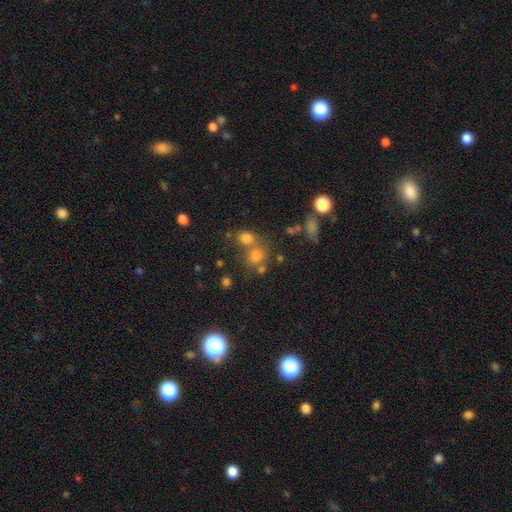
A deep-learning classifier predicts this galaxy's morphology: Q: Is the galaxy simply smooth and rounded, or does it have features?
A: smooth — 72%.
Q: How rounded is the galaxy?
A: round — 71%.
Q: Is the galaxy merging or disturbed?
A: none — 48%.